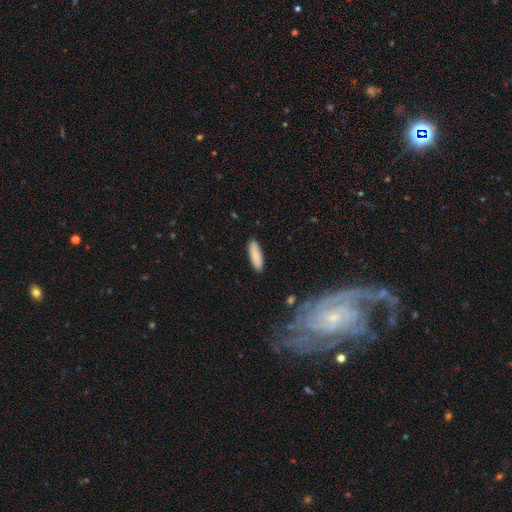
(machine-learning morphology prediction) Smooth or featured?
  - smooth: 87% *
  - featured or disk: 7%
  - star or artifact: 6%
How rounded?
  - cigar-shaped: 52% *
  - in between: 47%
  - round: 1%
Merging?
  - none: 89% *
  - minor disturbance: 8%
  - major disturbance: 2%
  - merger: 1%